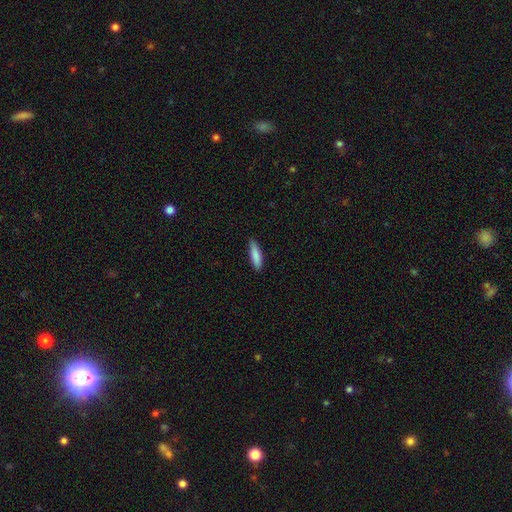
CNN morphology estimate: This is clearly a smooth galaxy (86%). How rounded: likely cigar-shaped (66%). Merging: clearly none (86%).